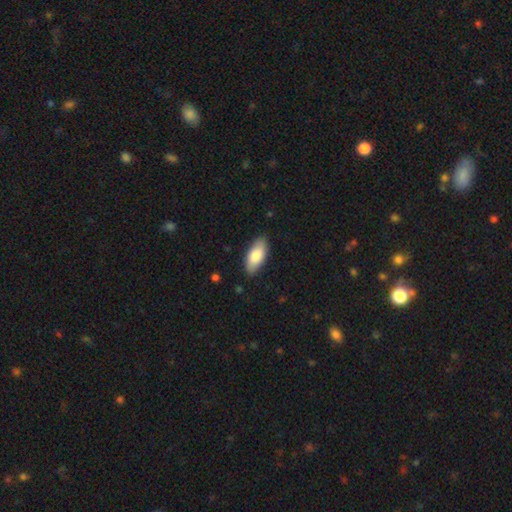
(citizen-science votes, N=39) A smooth galaxy with no disk features (87%) that is in between round and cigar-shaped (79%). Merging: none (90%).